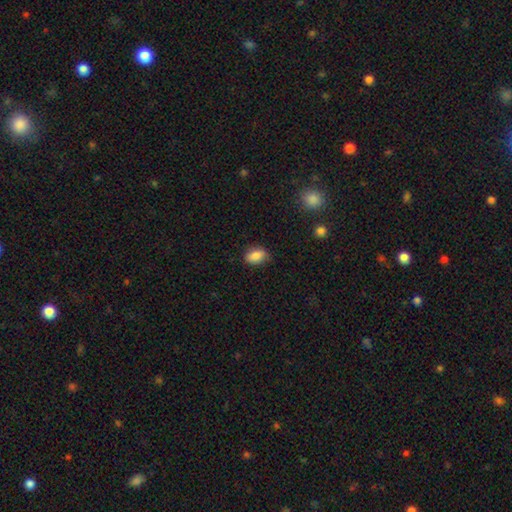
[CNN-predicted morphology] type=smooth (84%); roundness=in between (83%); merging=none (82%).